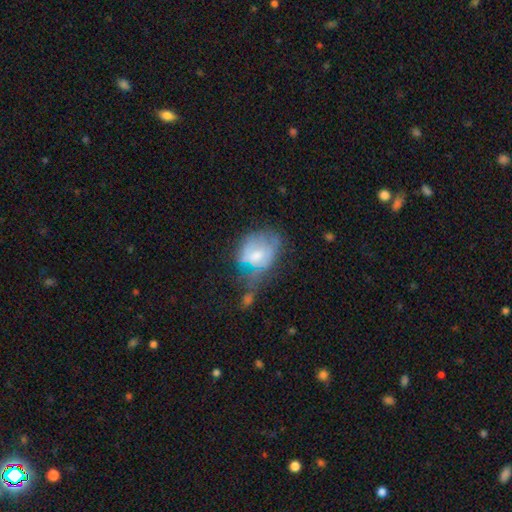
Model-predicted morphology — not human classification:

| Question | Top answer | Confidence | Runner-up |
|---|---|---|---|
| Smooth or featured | smooth | 48% | featured or disk (41%) |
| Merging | major disturbance | 30% | minor disturbance (29%) |